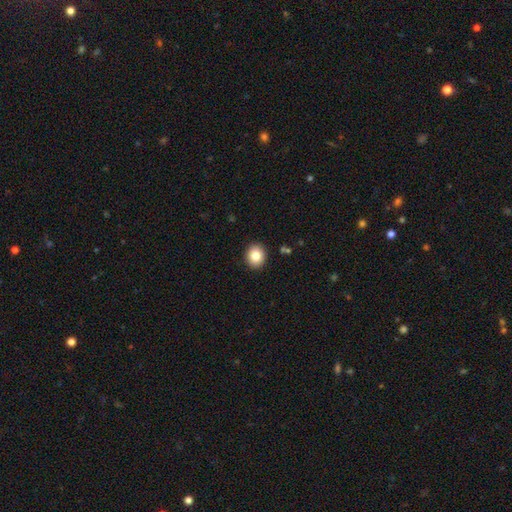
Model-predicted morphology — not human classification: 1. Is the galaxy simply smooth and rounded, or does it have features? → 83% smooth, 9% star or artifact, 8% featured or disk.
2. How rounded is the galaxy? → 73% round, 26% in between, 1% cigar-shaped.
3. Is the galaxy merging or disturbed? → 91% none, 6% minor disturbance, 2% major disturbance, 1% merger.